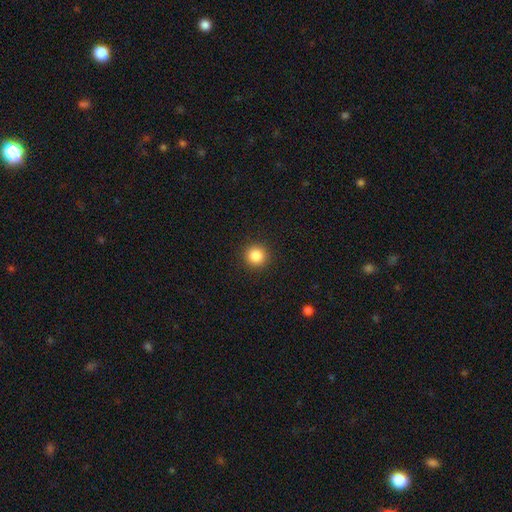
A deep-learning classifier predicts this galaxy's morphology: Smooth or featured? Predicted: smooth (p=0.85). How rounded? Predicted: round (p=0.94). Merging? Predicted: none (p=0.92).